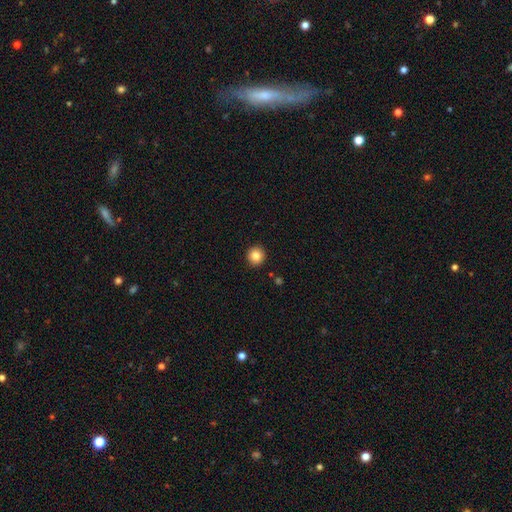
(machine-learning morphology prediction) type=smooth (84%); roundness=round (94%); merging=none (93%).